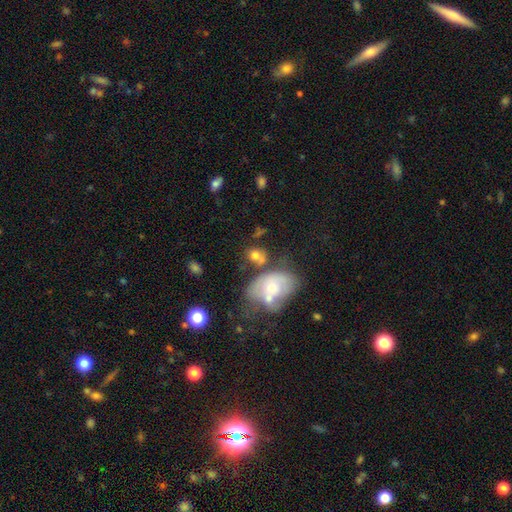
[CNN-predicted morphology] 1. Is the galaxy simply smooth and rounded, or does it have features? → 64% smooth, 25% featured or disk, 11% star or artifact.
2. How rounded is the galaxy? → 51% in between, 47% round, 2% cigar-shaped.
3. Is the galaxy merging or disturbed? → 43% merger, 32% none, 14% minor disturbance, 10% major disturbance.